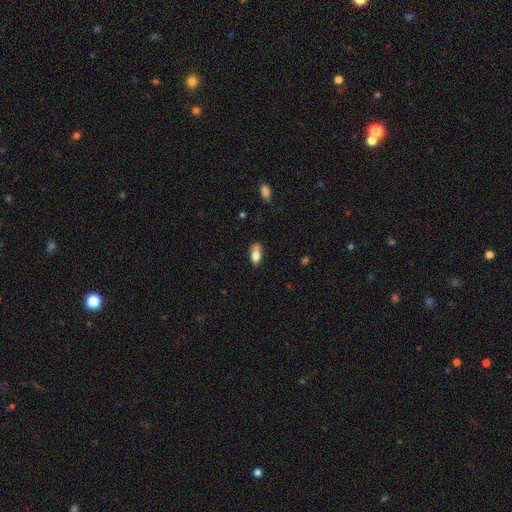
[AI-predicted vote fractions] Overall: smooth (77%). How rounded: in between (86%). Merging: none (51%; minor disturbance 31%).